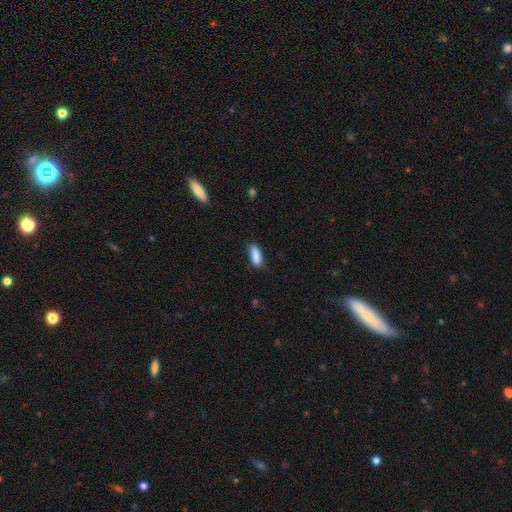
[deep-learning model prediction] smooth 89%, star or artifact 7%, featured or disk 4%. Down the decision tree: how rounded — in between (77%); merging — none (74%).